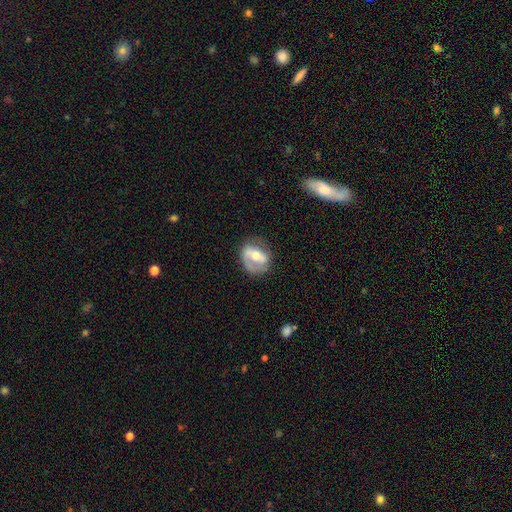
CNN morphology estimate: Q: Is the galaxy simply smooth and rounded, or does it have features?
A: featured or disk — 66%.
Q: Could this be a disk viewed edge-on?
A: no — 96%.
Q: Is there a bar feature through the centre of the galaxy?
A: weak — 36%.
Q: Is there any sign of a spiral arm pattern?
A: yes — 69%.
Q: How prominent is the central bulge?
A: moderate — 70%.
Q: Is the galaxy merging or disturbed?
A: none — 64%.